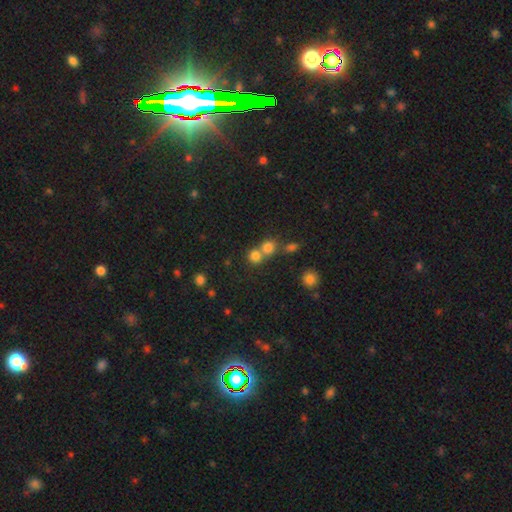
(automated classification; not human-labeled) This appears to be a smooth galaxy with no disk features (76%) that is round (86%). Merging: merger (47%).